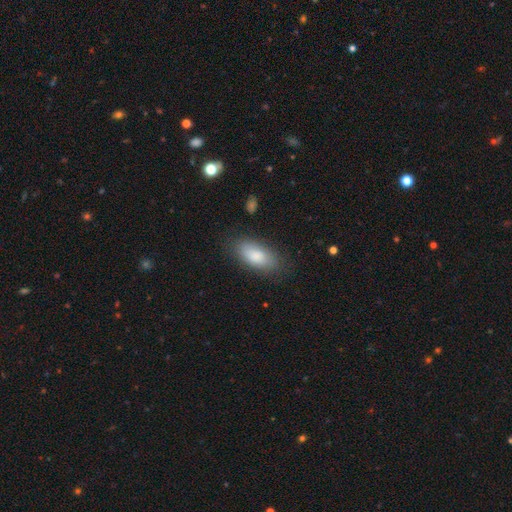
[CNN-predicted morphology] Smooth or featured: smooth — 85% (featured or disk — 9%)
How rounded: in between — 89% (cigar-shaped — 8%)
Merging: none — 80% (minor disturbance — 14%)